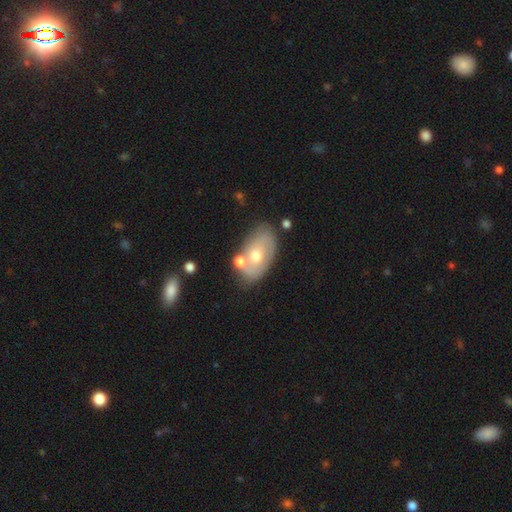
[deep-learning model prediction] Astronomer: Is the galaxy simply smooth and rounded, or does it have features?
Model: featured or disk — 48% (runner-up: smooth, 44%).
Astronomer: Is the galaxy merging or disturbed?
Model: none — 59%.